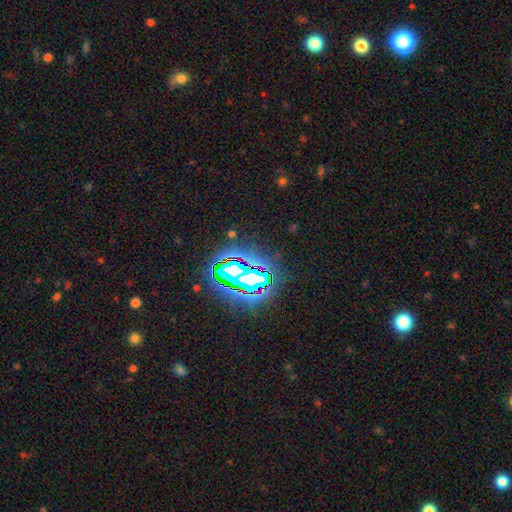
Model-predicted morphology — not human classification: Overall: star or artifact (80%).